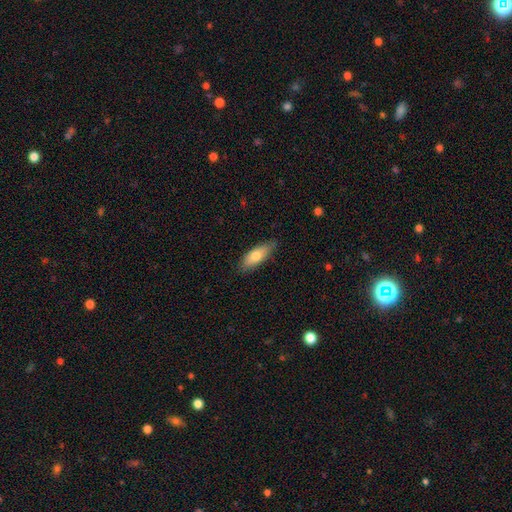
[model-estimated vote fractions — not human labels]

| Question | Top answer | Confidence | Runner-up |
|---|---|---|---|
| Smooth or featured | smooth | 75% | featured or disk (19%) |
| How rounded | in between | 66% | cigar-shaped (31%) |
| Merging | none | 81% | minor disturbance (15%) |